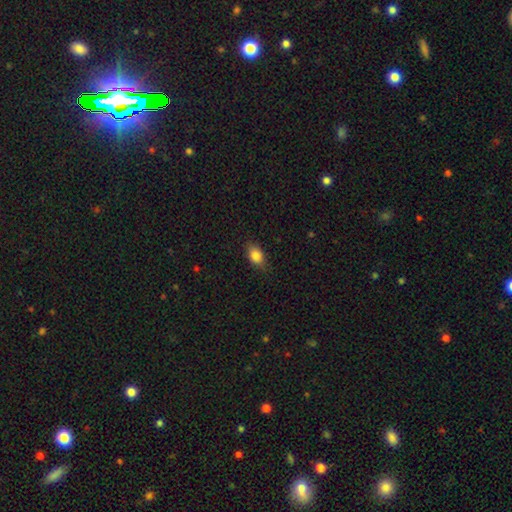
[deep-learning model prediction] smooth-or-featured: smooth: 84% | star or artifact: 9% | featured or disk: 8%
  how-rounded: in between: 79% | round: 17% | cigar-shaped: 3%
  merging: none: 79% | minor disturbance: 17% | major disturbance: 3% | merger: 1%